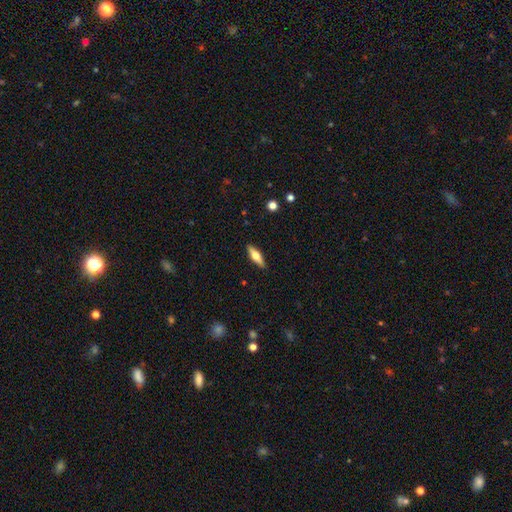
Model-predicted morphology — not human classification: type=featured or disk (51%); edge-on=yes (93%); merging=none (90%).